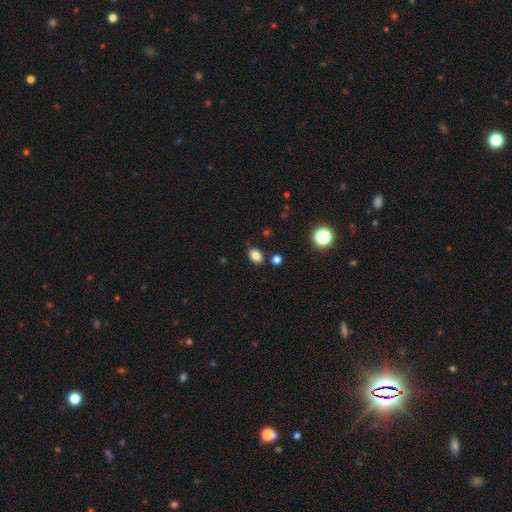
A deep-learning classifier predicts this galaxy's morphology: Q: Smooth or featured?
A: smooth (82%); runner-up: star or artifact (12%)
Q: How rounded?
A: in between (81%); runner-up: round (18%)
Q: Merging?
A: none (80%); runner-up: minor disturbance (13%)